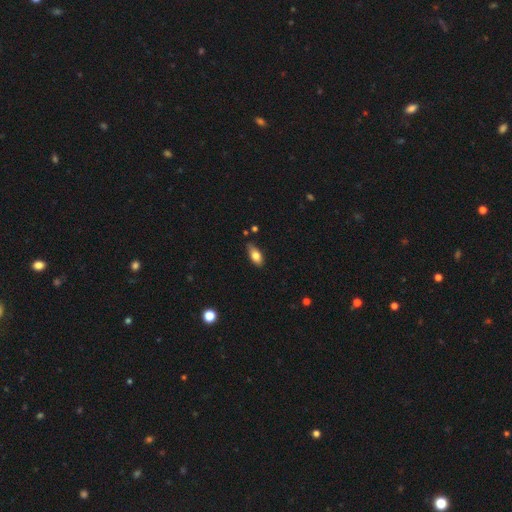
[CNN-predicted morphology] A smooth galaxy with no disk features (75%) that is in between round and cigar-shaped (86%). Merging: none (74%).